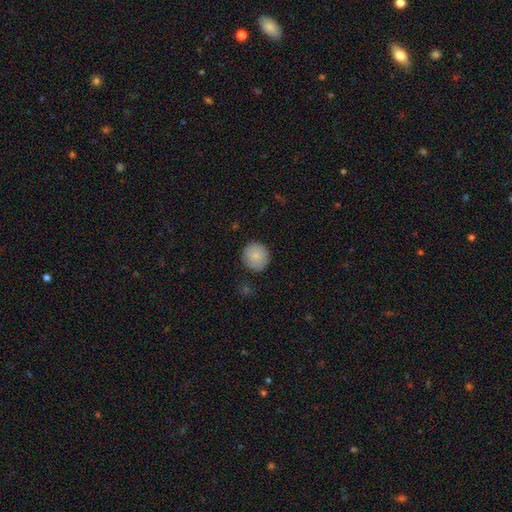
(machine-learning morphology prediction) Smooth or featured? Predicted: smooth (p=0.82). How rounded? Predicted: round (p=0.92). Merging? Predicted: none (p=0.84).